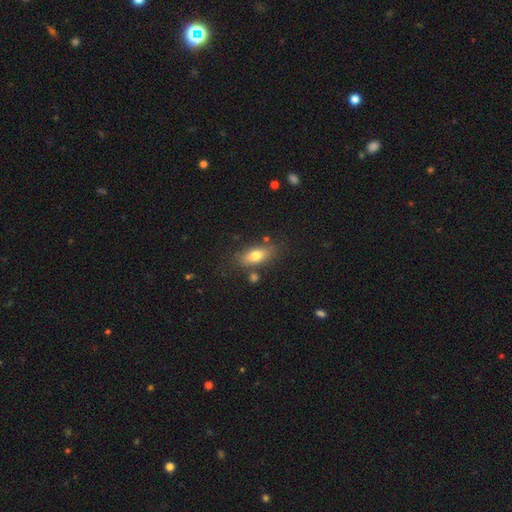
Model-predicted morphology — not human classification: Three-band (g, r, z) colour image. It shows a smooth galaxy with no disk features (75%) that is in between round and cigar-shaped (80%). Merging: none (76%).